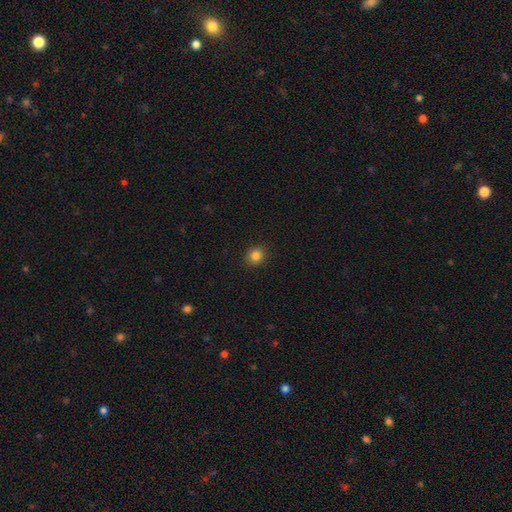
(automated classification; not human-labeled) Smooth or featured?
  - smooth: 84% *
  - star or artifact: 12%
  - featured or disk: 4%
How rounded?
  - round: 84% *
  - in between: 15%
  - cigar-shaped: 1%
Merging?
  - none: 91% *
  - minor disturbance: 6%
  - major disturbance: 2%
  - merger: 1%